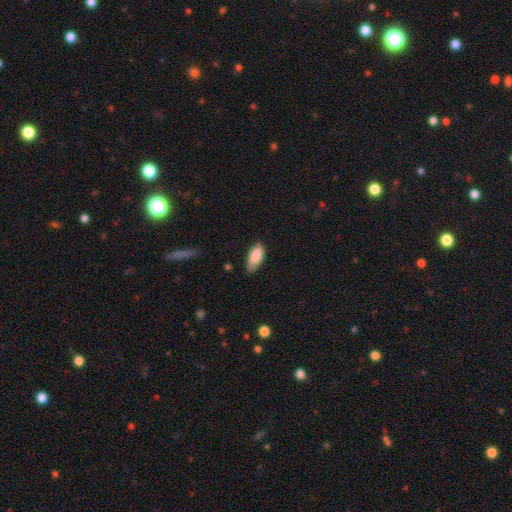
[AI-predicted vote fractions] smooth 88%, star or artifact 6%, featured or disk 6%. Down the decision tree: how rounded — in between (89%); merging — none (66%).